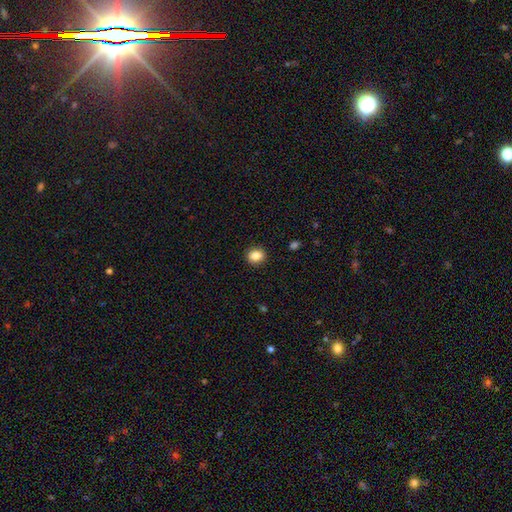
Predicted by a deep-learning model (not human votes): Overall: smooth (87%). How rounded: round (68%; in between 31%). Merging: none (91%).